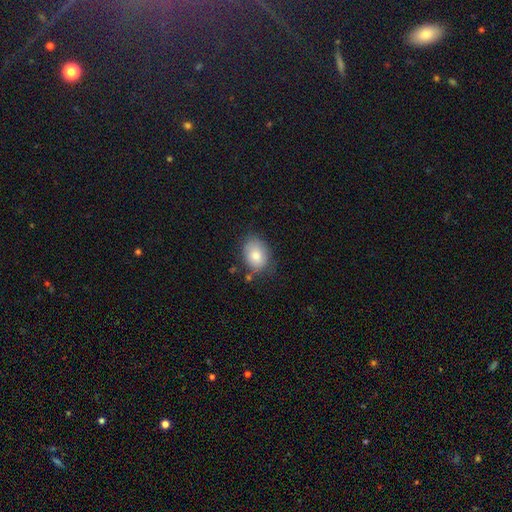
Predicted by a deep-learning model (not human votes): Smooth or featured: smooth — 79% (featured or disk — 13%)
How rounded: in between — 70% (round — 29%)
Merging: none — 71% (minor disturbance — 21%)